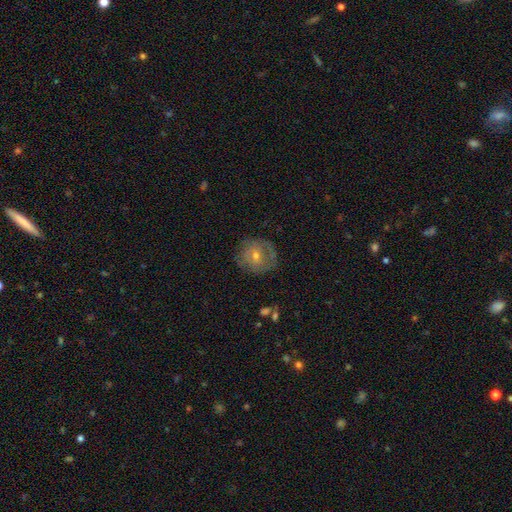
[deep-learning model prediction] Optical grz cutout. It shows a featured or disk galaxy (53%) with no bar (68%), spiral arms (57%) and a moderate central bulge (48%, tied with small). Merging: none (75%).